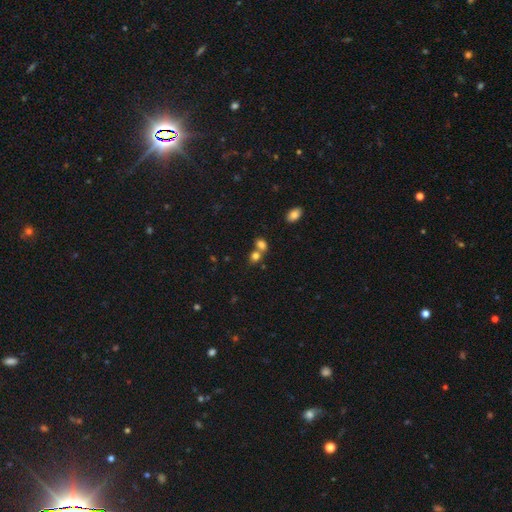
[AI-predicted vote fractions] Morphology: type=smooth (79%); roundness=round (59%); merging=merger (48%).